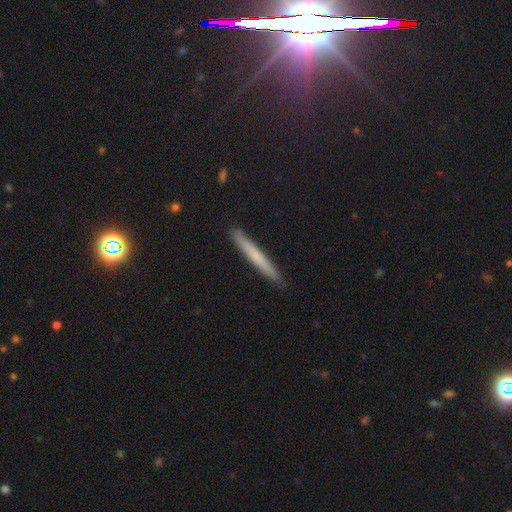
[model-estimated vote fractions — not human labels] Morphology: type=smooth (60%); roundness=cigar-shaped (96%); merging=none (90%).